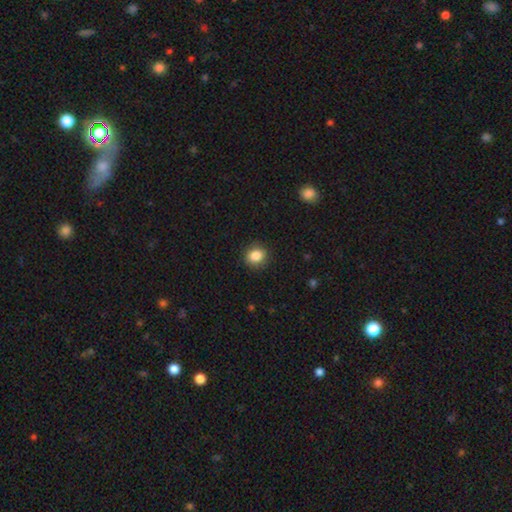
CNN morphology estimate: Smooth or featured: smooth — 86% (star or artifact — 10%)
How rounded: round — 71% (in between — 28%)
Merging: none — 89% (minor disturbance — 7%)